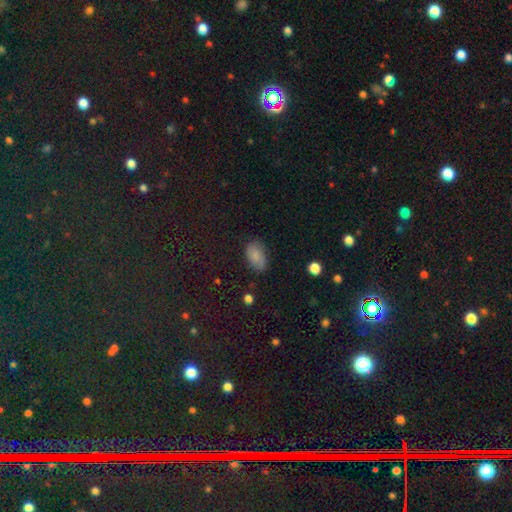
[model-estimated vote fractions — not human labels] This appears to be a smooth galaxy with no disk features (79%) that is in between round and cigar-shaped (92%). Merging: none (73%).